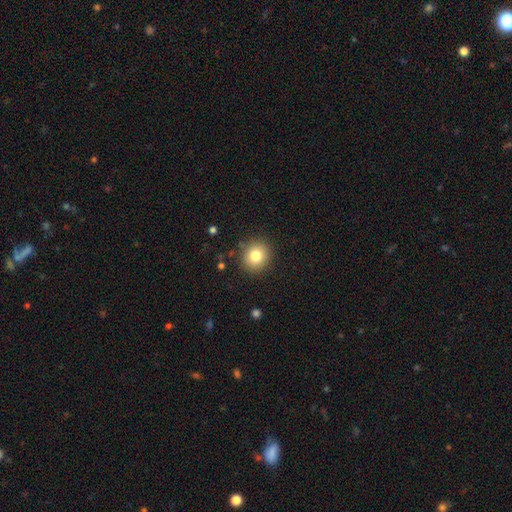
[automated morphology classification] smooth_or_featured: smooth (p=0.81) [alt: star or artifact p=0.10]
how_rounded: round (p=0.83) [alt: in between p=0.16]
merging: none (p=0.88) [alt: minor disturbance p=0.08]